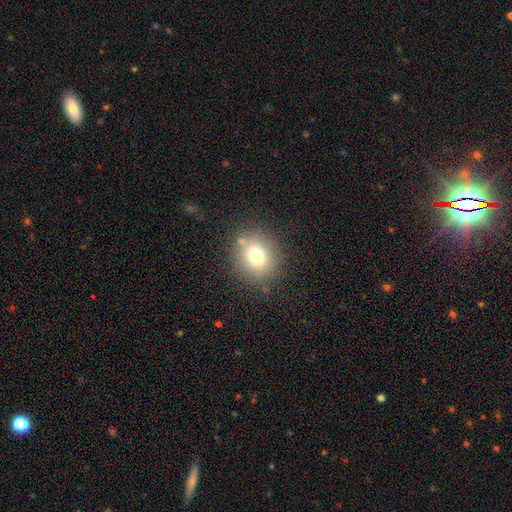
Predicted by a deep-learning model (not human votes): This appears to be a smooth galaxy with no disk features (75%) that is round (65%). Merging: none (80%).